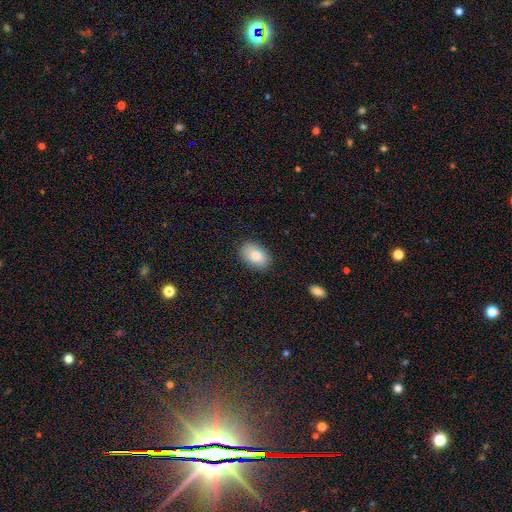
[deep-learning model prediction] Smooth or featured: smooth — 83% (featured or disk — 10%)
How rounded: in between — 88% (round — 10%)
Merging: none — 87% (minor disturbance — 10%)